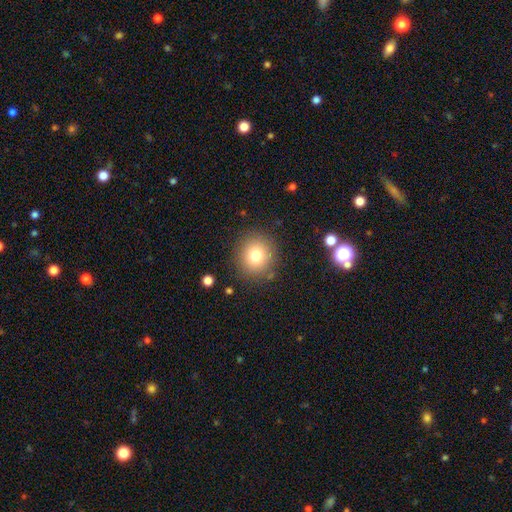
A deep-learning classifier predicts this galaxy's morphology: Q: Smooth or featured?
A: smooth (77%); runner-up: star or artifact (12%)
Q: How rounded?
A: round (88%); runner-up: in between (11%)
Q: Merging?
A: none (86%); runner-up: minor disturbance (8%)